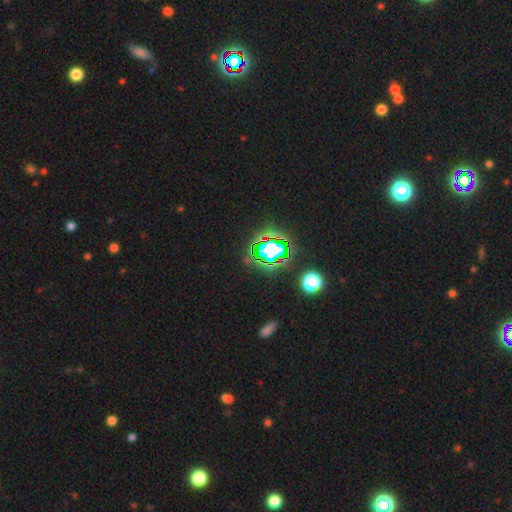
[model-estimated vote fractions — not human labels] star or artifact 80%, smooth 13%, featured or disk 7%.